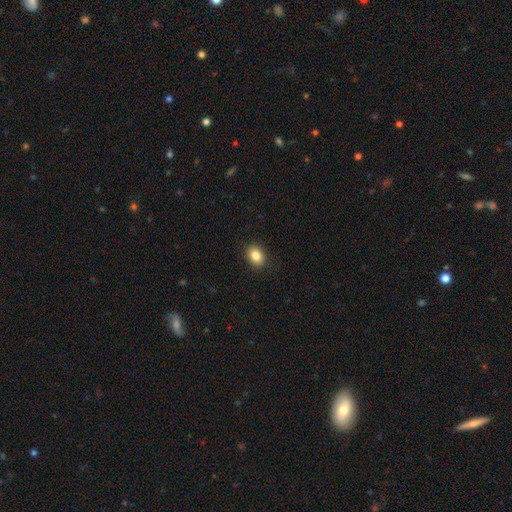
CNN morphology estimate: smooth 85%, star or artifact 10%, featured or disk 6%. Down the decision tree: how rounded — in between (57%); merging — none (89%).